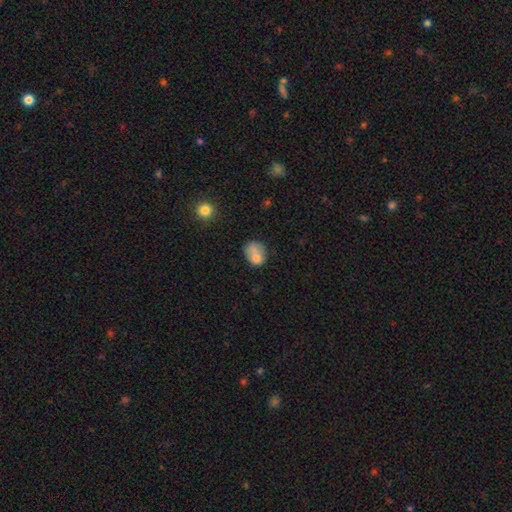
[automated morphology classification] The model was most divided on "how rounded": round: 53%, in between: 46%, cigar-shaped: 1%. Remaining: smooth or featured — smooth (73%); merging — none (43%).